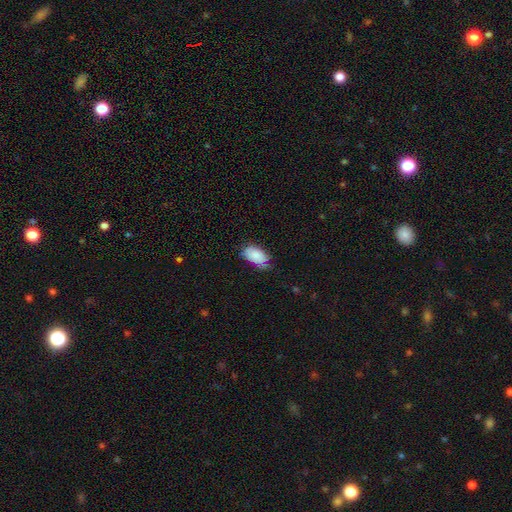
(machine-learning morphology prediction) Q: Smooth or featured?
A: smooth (83%); runner-up: featured or disk (9%)
Q: How rounded?
A: in between (93%); runner-up: round (5%)
Q: Merging?
A: none (58%); runner-up: minor disturbance (33%)